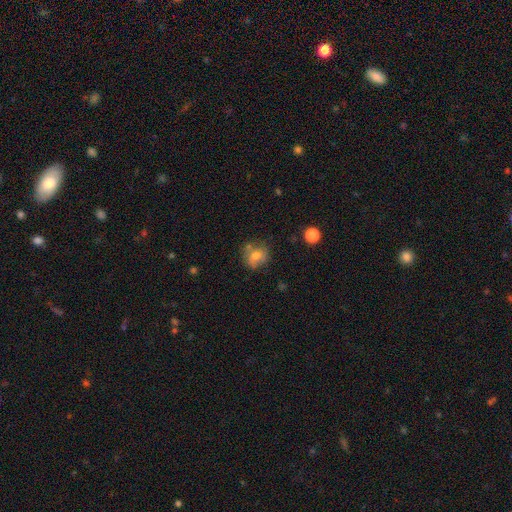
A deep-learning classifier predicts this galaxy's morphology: A smooth galaxy with no disk features (68%) that is round (65%).

Vote fractions:
- Smooth or featured? smooth: 68% / featured or disk: 21% / star or artifact: 11%
- How rounded? round: 65% / in between: 33% / cigar-shaped: 1%
- Merging? none: 52% / minor disturbance: 23% / merger: 15% / major disturbance: 10%